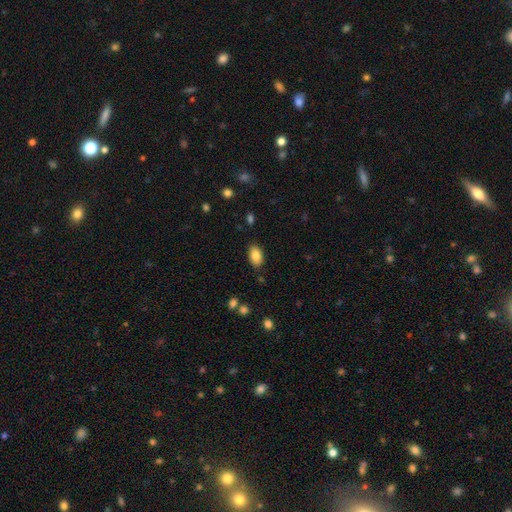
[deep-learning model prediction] Smooth or featured?
  - smooth: 85% *
  - star or artifact: 8%
  - featured or disk: 7%
How rounded?
  - in between: 92% *
  - round: 6%
  - cigar-shaped: 2%
Merging?
  - none: 85% *
  - minor disturbance: 11%
  - major disturbance: 3%
  - merger: 2%